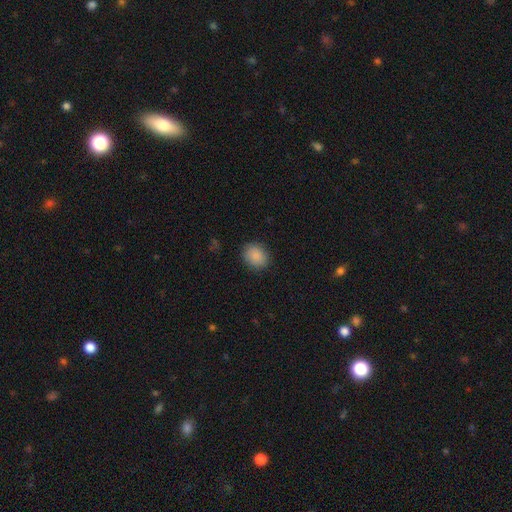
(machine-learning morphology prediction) This is clearly a smooth galaxy (89%). How rounded: possibly round (53%). Merging: clearly none (88%).